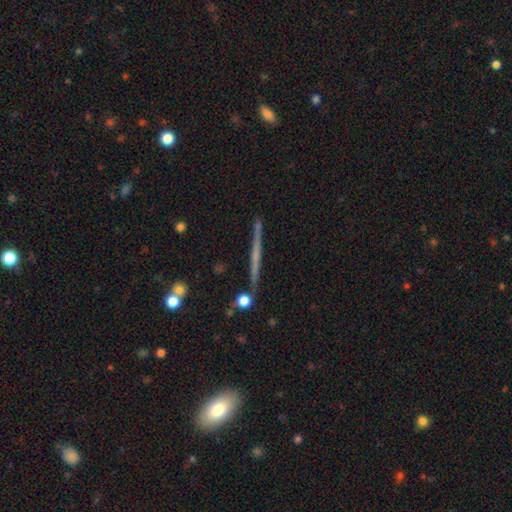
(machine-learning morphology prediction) Smooth or featured?
  - featured or disk: 66% *
  - smooth: 26%
  - star or artifact: 8%
Edge-on disk?
  - yes: 98% *
  - no: 2%
Edge-on bulge?
  - none: 71% *
  - rounded: 22%
  - boxy: 7%
Merging?
  - none: 90% *
  - minor disturbance: 6%
  - merger: 2%
  - major disturbance: 1%